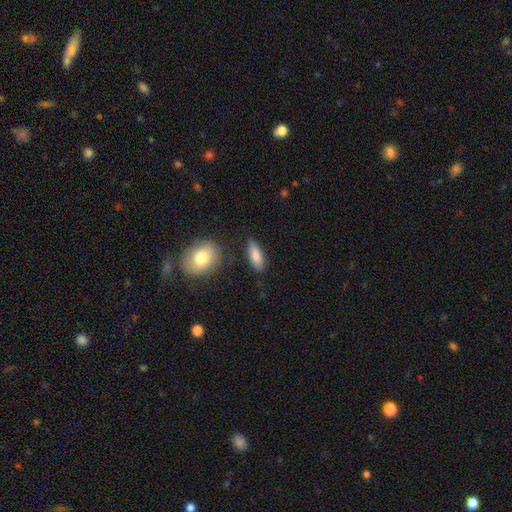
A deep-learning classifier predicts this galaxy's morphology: The model was most divided on "how rounded": in between: 68%, cigar-shaped: 28%, round: 3%. More confident: smooth or featured — smooth (82%); merging — none (78%).